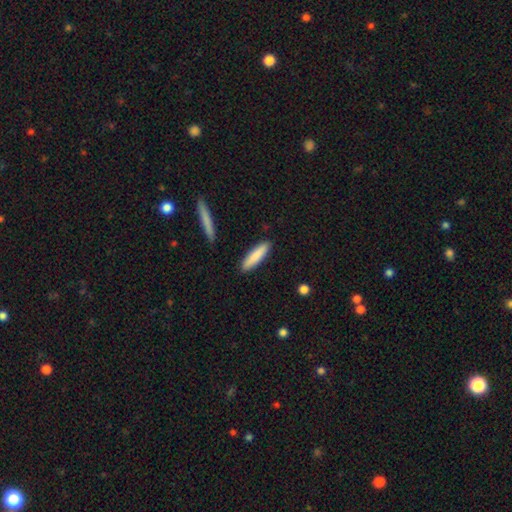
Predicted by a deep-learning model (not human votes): Morphology: type=smooth (84%); roundness=cigar-shaped (77%); merging=none (89%).